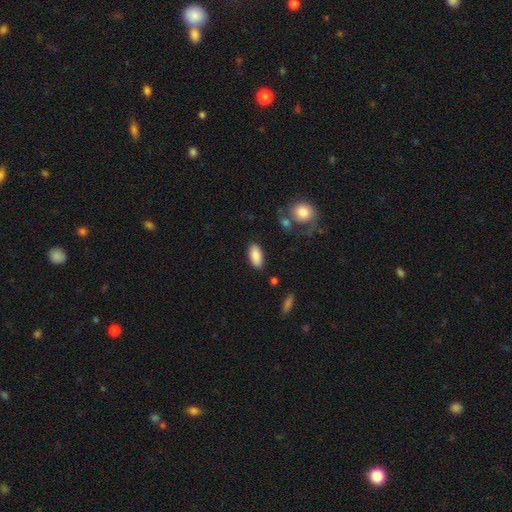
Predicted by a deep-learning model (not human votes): Smooth or featured? Predicted: smooth (p=0.88). How rounded? Predicted: in between (p=0.89). Merging? Predicted: none (p=0.85).